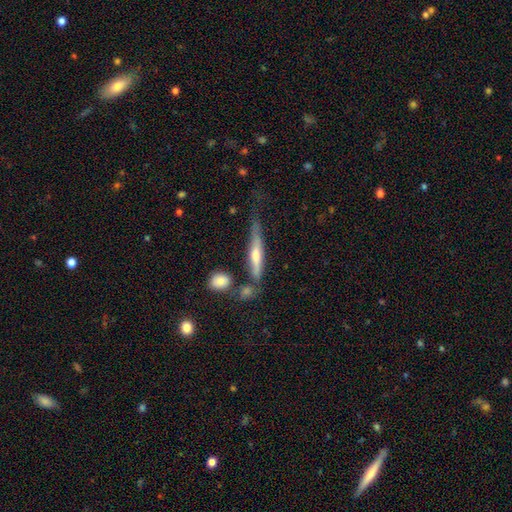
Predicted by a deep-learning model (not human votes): smooth-or-featured: featured or disk: 61% | smooth: 32% | star or artifact: 7%
  disk-edge-on: yes: 93% | no: 7%
    edge-on-bulge: rounded: 78% | none: 14% | boxy: 9%
  merging: none: 57% | minor disturbance: 23% | merger: 11% | major disturbance: 9%